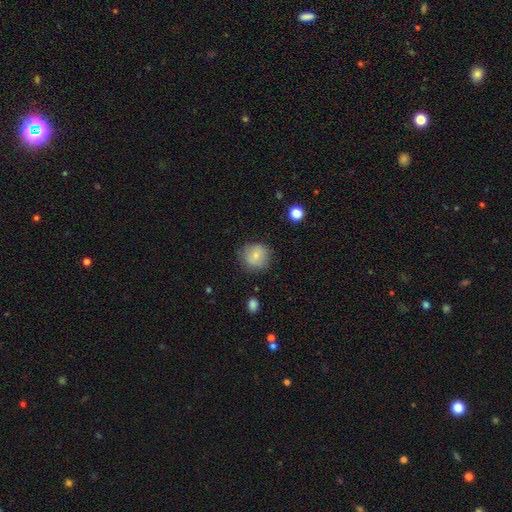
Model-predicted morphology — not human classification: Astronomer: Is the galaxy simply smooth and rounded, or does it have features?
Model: smooth — 76%.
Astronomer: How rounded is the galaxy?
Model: round — 91%.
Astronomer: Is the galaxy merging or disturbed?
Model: none — 78%.